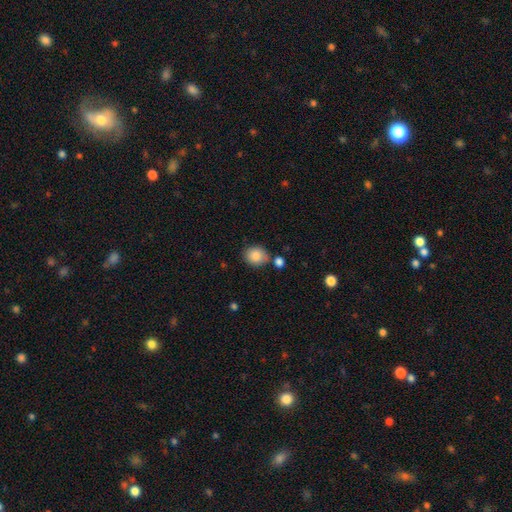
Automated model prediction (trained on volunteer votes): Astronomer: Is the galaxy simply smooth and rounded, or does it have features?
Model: smooth — 86%.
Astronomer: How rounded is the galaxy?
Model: round — 73%.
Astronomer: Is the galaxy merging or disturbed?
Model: none — 75%.